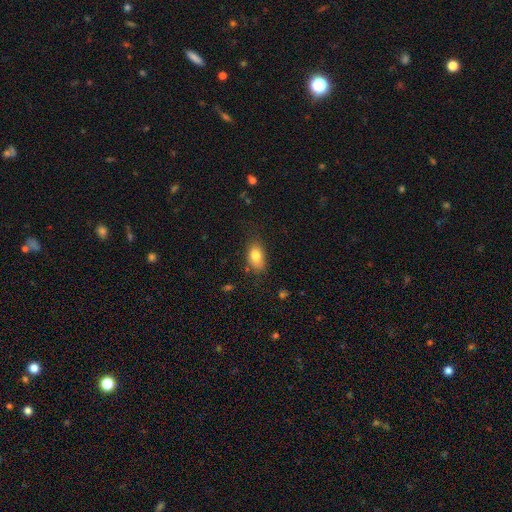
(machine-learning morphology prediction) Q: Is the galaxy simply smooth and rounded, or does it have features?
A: smooth — 81%.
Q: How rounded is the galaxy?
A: in between — 85%.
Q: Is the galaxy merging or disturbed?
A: none — 71%.